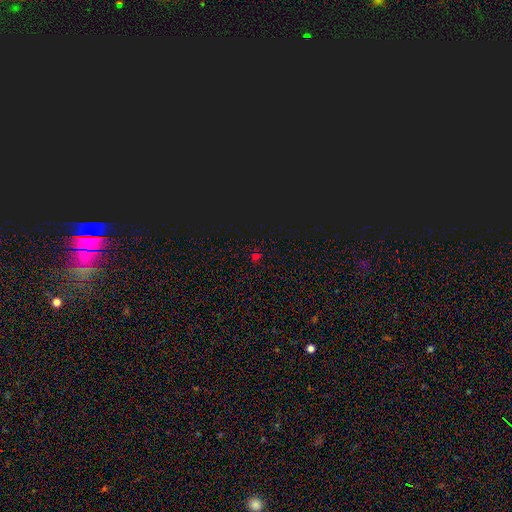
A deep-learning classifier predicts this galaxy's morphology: Smooth or featured?
  - star or artifact: 59% *
  - smooth: 34%
  - featured or disk: 6%